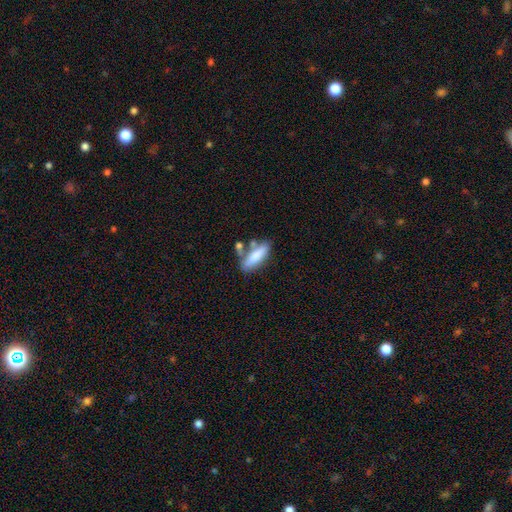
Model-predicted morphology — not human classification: Q: Smooth or featured?
A: smooth (75%); runner-up: featured or disk (18%)
Q: How rounded?
A: in between (51%); runner-up: cigar-shaped (47%)
Q: Merging?
A: none (50%); runner-up: merger (23%)